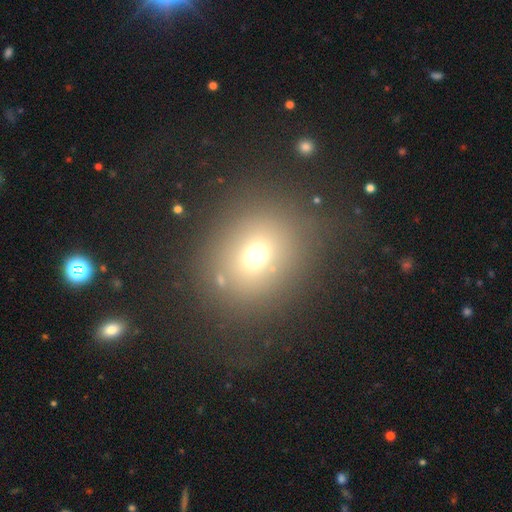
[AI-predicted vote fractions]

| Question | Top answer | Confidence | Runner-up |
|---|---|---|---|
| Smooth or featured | smooth | 67% | star or artifact (20%) |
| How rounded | round | 67% | in between (32%) |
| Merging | none | 76% | minor disturbance (12%) |